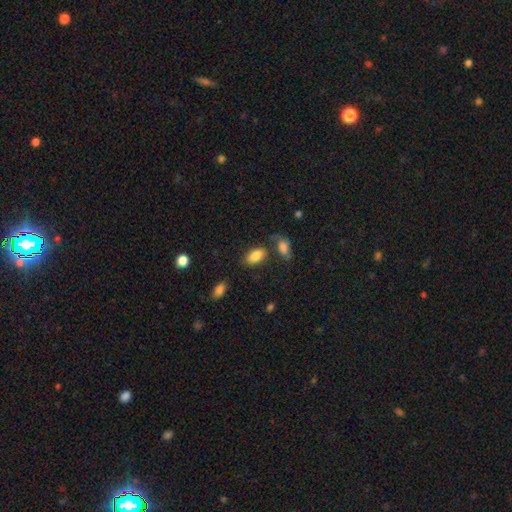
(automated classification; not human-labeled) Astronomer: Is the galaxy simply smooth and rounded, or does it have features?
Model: smooth — 85%.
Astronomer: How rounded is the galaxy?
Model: in between — 92%.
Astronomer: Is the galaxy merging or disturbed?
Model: none — 69%.